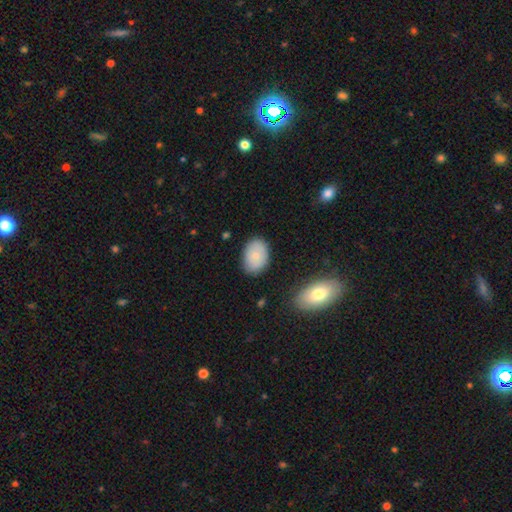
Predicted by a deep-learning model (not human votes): Smooth or featured? Predicted: smooth (p=0.77). How rounded? Predicted: in between (p=0.81). Merging? Predicted: none (p=0.80).